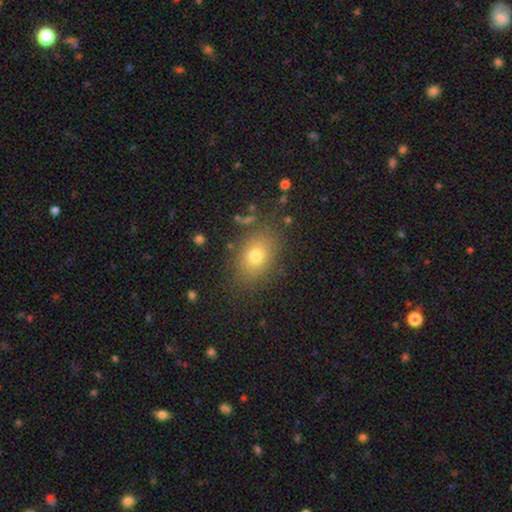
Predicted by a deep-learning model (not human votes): smooth-or-featured: smooth: 75% | featured or disk: 13% | star or artifact: 13%
  how-rounded: in between: 74% | round: 24% | cigar-shaped: 2%
  merging: none: 81% | minor disturbance: 12% | major disturbance: 4% | merger: 2%